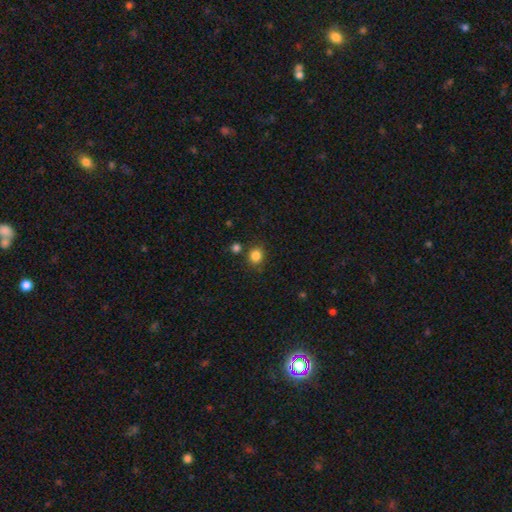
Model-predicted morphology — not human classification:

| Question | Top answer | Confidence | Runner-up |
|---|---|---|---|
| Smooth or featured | smooth | 84% | star or artifact (11%) |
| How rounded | round | 78% | in between (21%) |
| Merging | none | 79% | minor disturbance (10%) |